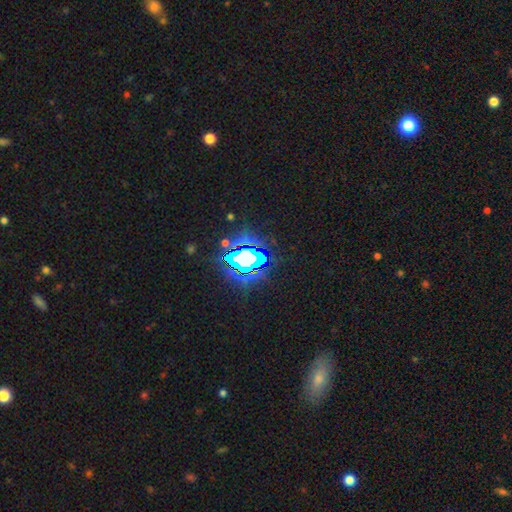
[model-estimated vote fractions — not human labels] Smooth or featured? Predicted: star or artifact (p=0.77).